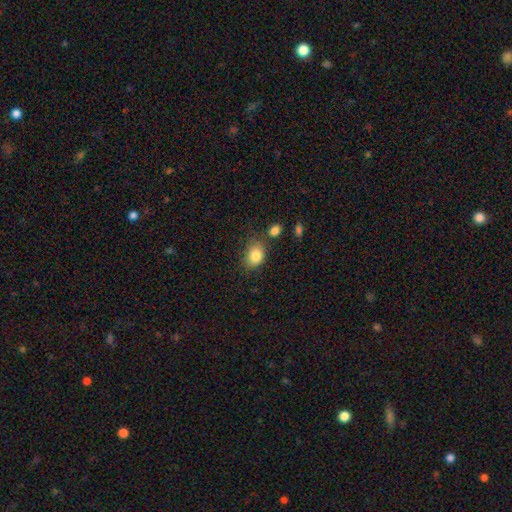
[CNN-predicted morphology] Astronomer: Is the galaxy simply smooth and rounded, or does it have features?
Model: smooth — 84%.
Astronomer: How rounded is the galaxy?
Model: in between — 61% (runner-up: round, 38%).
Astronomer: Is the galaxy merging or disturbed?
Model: none — 70%.